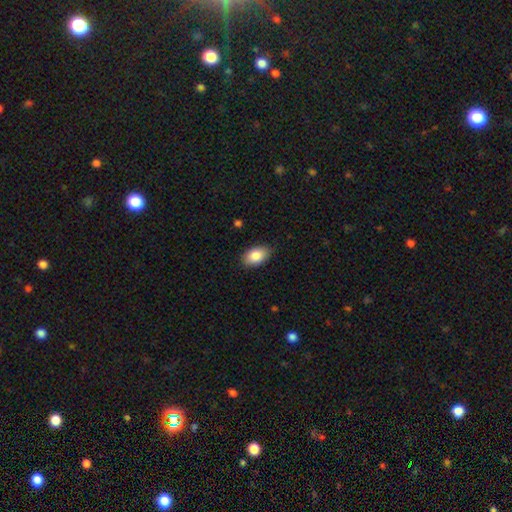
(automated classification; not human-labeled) A smooth galaxy with no disk features (85%) that is in between round and cigar-shaped (91%). Merging: none (84%).